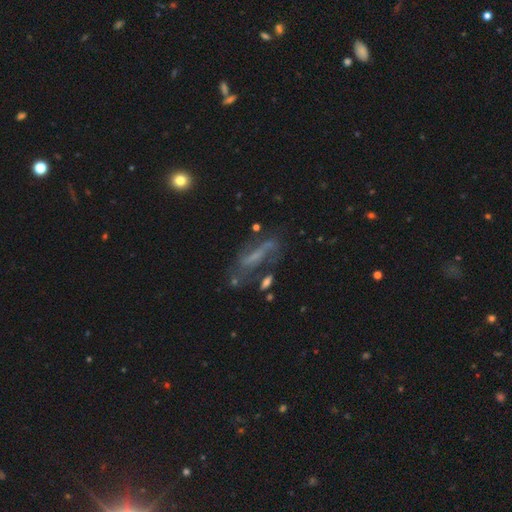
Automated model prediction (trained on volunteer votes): featured or disk 61%, smooth 25%, star or artifact 14%. Down the decision tree: edge-on disk — no (73%); merging — none (51%).